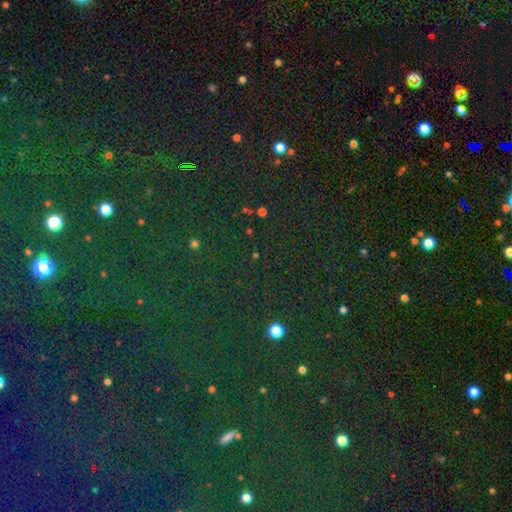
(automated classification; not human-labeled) A star or artifact, not a galaxy (70%).